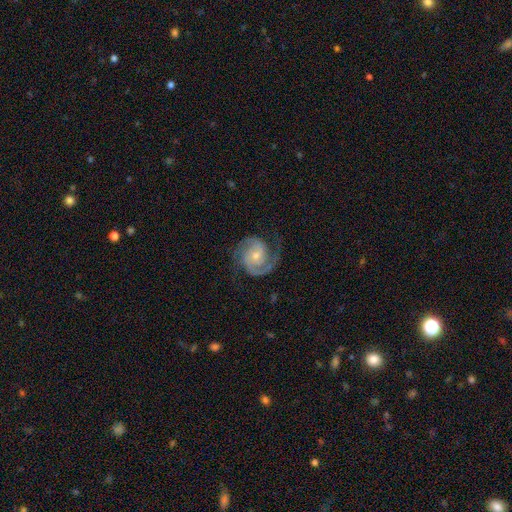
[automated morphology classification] The model was most divided on "bulge size": small: 48%, moderate: 47%, large: 3%, none: 2%, dominant: 1%. Remaining: spiral arms — yes (98%); edge-on disk — no (98%); smooth or featured — featured or disk (91%); spiral arm count — 2 (86%); merging — none (75%); bar — no (64%); spiral winding — tight (45%).